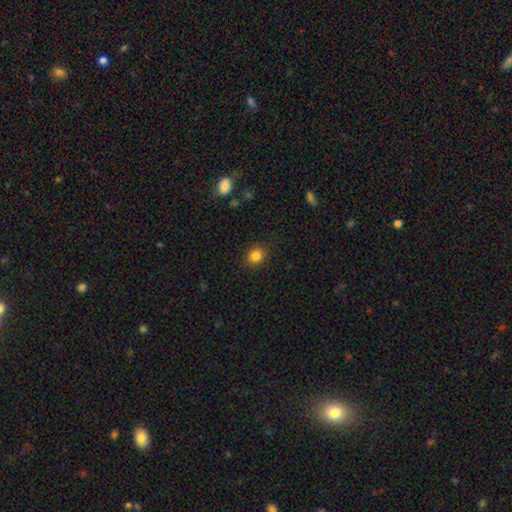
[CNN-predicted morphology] Q: Smooth or featured?
A: smooth (84%); runner-up: star or artifact (11%)
Q: How rounded?
A: round (76%); runner-up: in between (23%)
Q: Merging?
A: none (89%); runner-up: minor disturbance (8%)